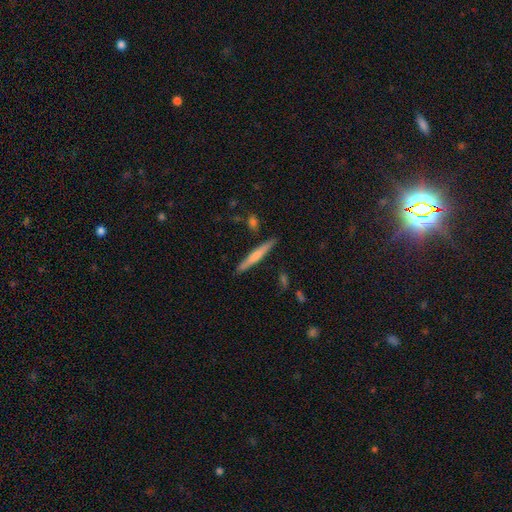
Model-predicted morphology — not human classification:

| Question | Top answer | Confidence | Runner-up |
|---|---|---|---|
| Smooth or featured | smooth | 51% | featured or disk (43%) |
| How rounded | cigar-shaped | 95% | in between (4%) |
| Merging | none | 88% | minor disturbance (8%) |